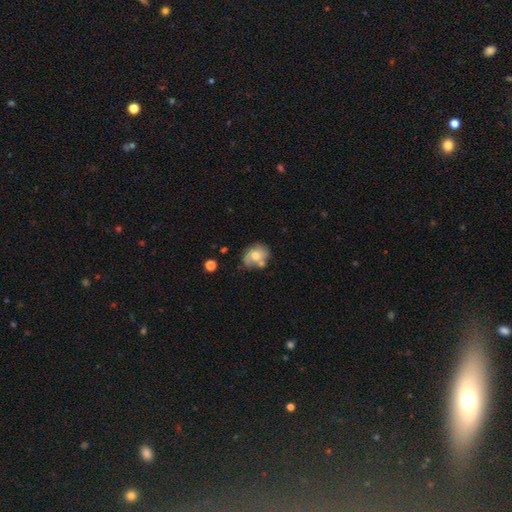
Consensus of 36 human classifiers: Overall: smooth (64%; featured or disk 31%). How rounded: round (65%; in between 35%). Merging: none (53%; merger 32%).